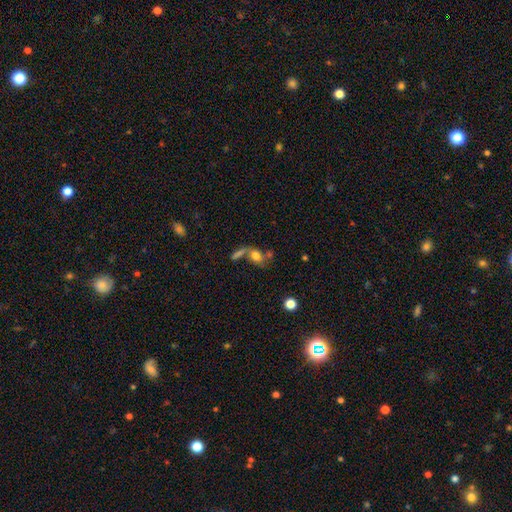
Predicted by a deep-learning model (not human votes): Smooth or featured: smooth — 56% (featured or disk — 30%)
How rounded: in between — 58% (round — 35%)
Merging: merger — 39% (none — 32%)